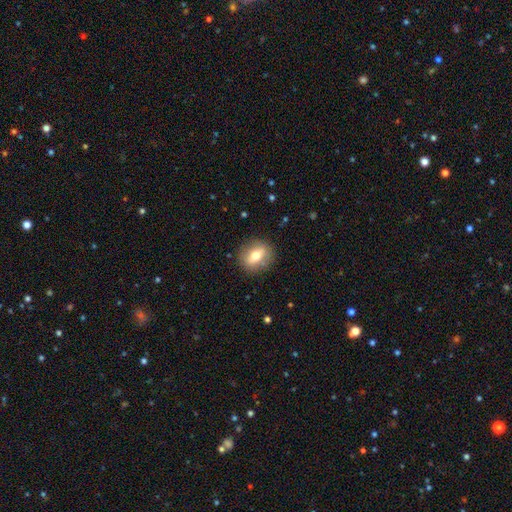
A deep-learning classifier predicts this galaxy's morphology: smooth-or-featured: smooth: 57% | featured or disk: 34% | star or artifact: 8%
  how-rounded: round: 57% | in between: 40% | cigar-shaped: 3%
  merging: none: 87% | minor disturbance: 9% | major disturbance: 3% | merger: 1%